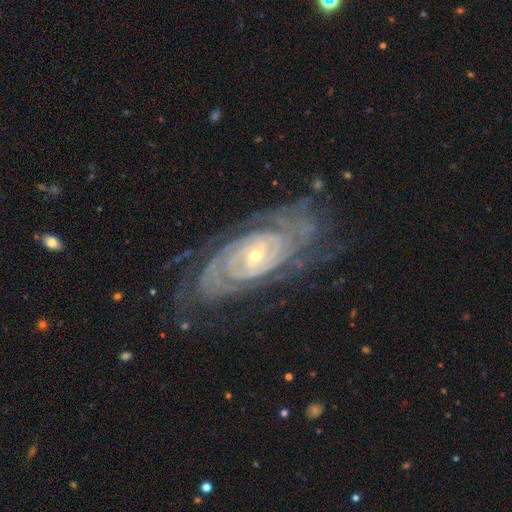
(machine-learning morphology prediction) Smooth or featured: featured or disk — 90% (star or artifact — 5%)
Edge-on disk: no — 94% (yes — 6%)
Bar: no — 53% (weak — 30%)
Spiral arms: yes — 98% (no — 2%)
Spiral winding: tight — 83% (medium — 14%)
Spiral arm count: 2 — 26% (tied with can't tell — 26%)
Bulge size: small — 69% (moderate — 27%)
Merging: none — 74% (minor disturbance — 17%)